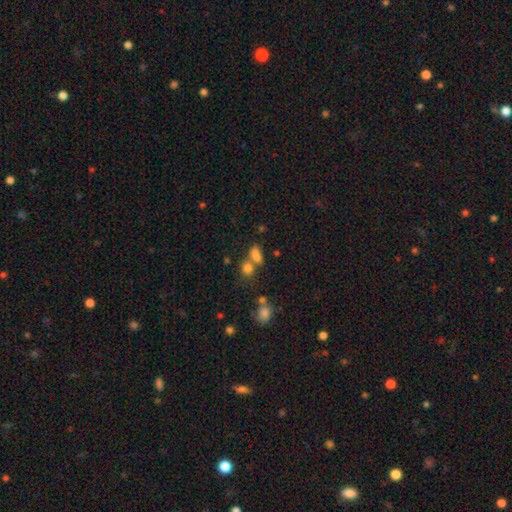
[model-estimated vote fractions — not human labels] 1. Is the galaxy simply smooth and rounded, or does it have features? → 74% smooth, 16% star or artifact, 10% featured or disk.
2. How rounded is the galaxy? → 67% in between, 29% round, 4% cigar-shaped.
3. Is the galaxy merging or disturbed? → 45% merger, 38% none, 11% minor disturbance, 6% major disturbance.